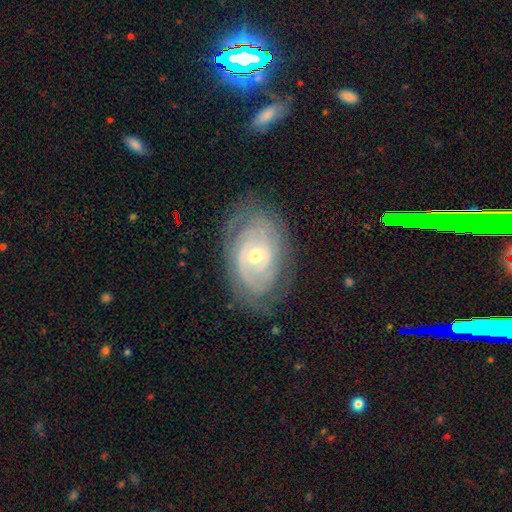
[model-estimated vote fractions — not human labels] A featured or disk galaxy (82%) with no bar (69%), tight (76%) spiral arms (86%) and a moderate central bulge (48%, tied with small). Merging: none (74%).